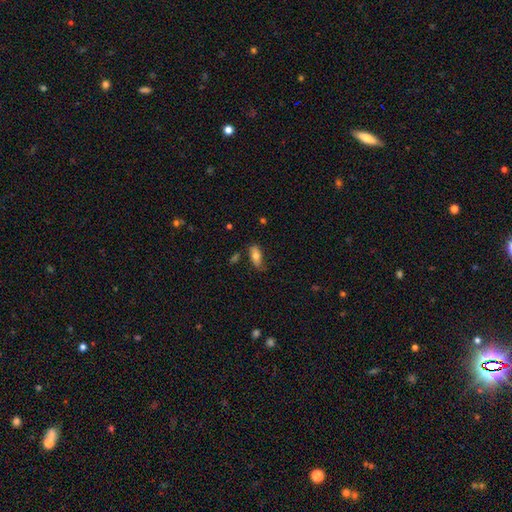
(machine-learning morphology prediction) Smooth or featured: smooth — 72% (featured or disk — 20%)
How rounded: in between — 84% (cigar-shaped — 13%)
Merging: none — 67% (minor disturbance — 24%)